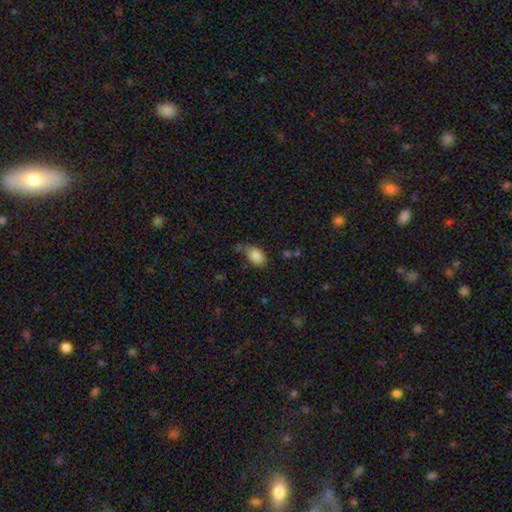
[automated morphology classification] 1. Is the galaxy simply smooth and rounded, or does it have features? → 86% smooth, 9% star or artifact, 5% featured or disk.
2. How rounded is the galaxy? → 85% in between, 13% round, 1% cigar-shaped.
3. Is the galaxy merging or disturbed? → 53% none, 29% minor disturbance, 11% major disturbance, 7% merger.